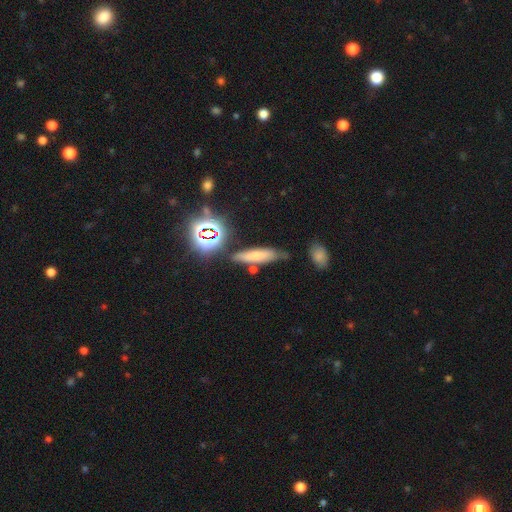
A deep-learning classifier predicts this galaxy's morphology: type=smooth (62%); roundness=cigar-shaped (71%); merging=none (69%).